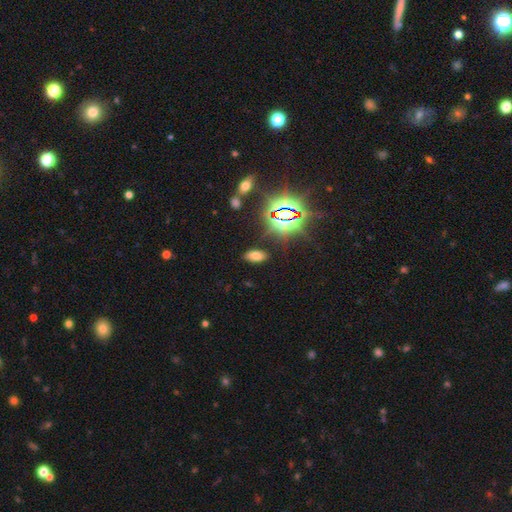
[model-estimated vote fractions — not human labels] Morphology: type=smooth (60%); roundness=in between (90%); merging=none (87%).